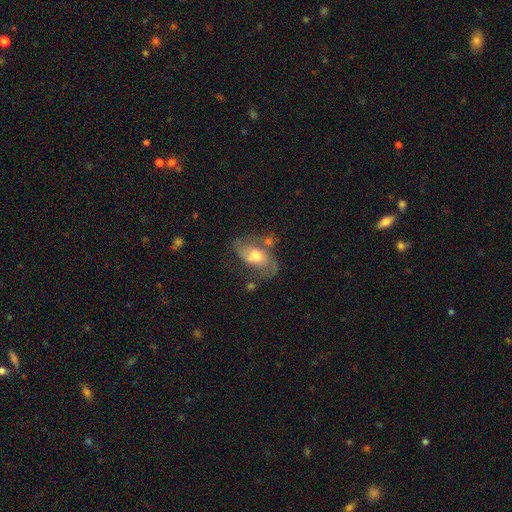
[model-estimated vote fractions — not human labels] Overall: featured or disk (71%). Edge-on disk: no (95%). Bar: no (54%; weak 37%). Spiral arms: yes (83%). Spiral arm count: 2 (79%). Spiral winding: medium (47%; loose 34%). Bulge size: moderate (64%). Merging: none (47%; minor disturbance 23%).